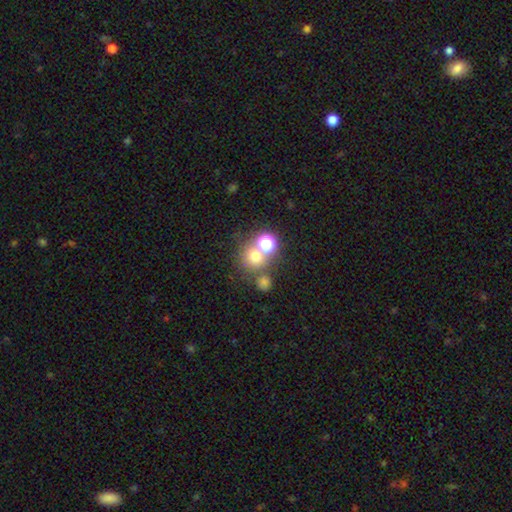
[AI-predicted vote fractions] Smooth or featured? Predicted: smooth (p=0.65). How rounded? Predicted: round (p=0.87). Merging? Predicted: none (p=0.59).